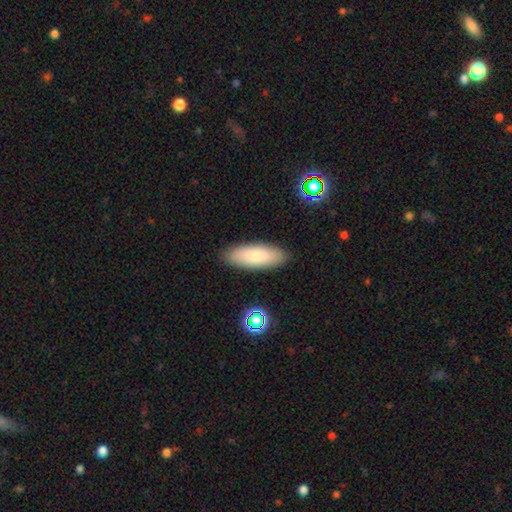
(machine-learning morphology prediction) Smooth or featured? smooth (80%)
How rounded? in between (67%)
Merging? none (88%)